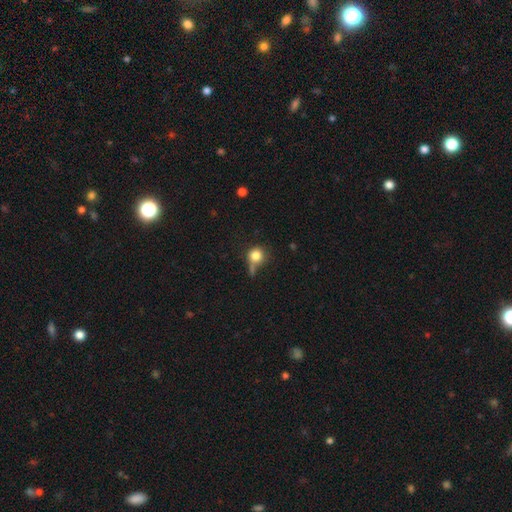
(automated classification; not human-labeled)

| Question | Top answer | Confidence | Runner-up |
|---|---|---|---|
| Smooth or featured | smooth | 80% | star or artifact (10%) |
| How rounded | round | 86% | in between (12%) |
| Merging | none | 47% | minor disturbance (24%) |